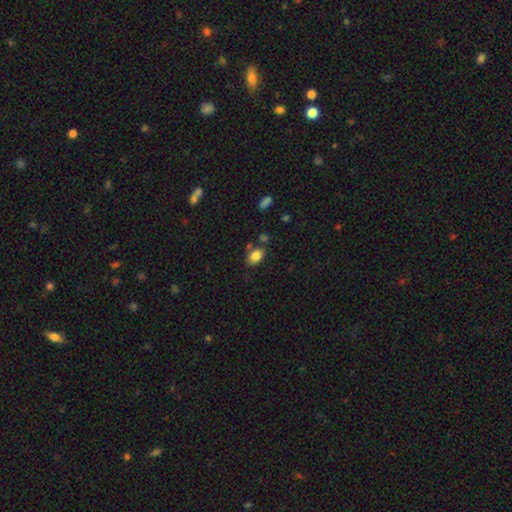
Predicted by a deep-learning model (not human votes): Overall: smooth (84%). How rounded: in between (80%). Merging: none (69%).